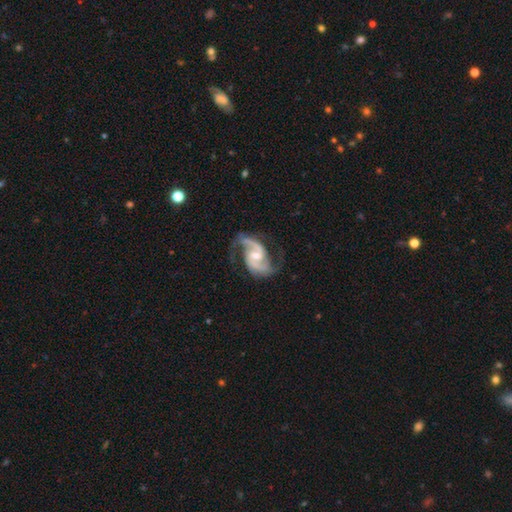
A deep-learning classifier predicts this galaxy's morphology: Q: Smooth or featured?
A: featured or disk (92%); runner-up: star or artifact (4%)
Q: Edge-on disk?
A: no (98%); runner-up: yes (2%)
Q: Bar?
A: weak (50%); runner-up: no (33%)
Q: Spiral arms?
A: yes (98%); runner-up: no (2%)
Q: Spiral winding?
A: medium (54%); runner-up: loose (34%)
Q: Spiral arm count?
A: 2 (93%); runner-up: can't tell (2%)
Q: Bulge size?
A: moderate (52%); runner-up: small (43%)
Q: Merging?
A: none (71%); runner-up: minor disturbance (17%)